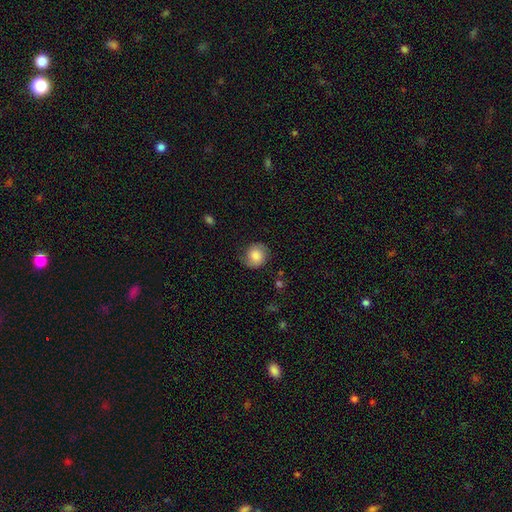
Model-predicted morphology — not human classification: Overall: smooth (68%). How rounded: round (80%). Merging: none (75%).